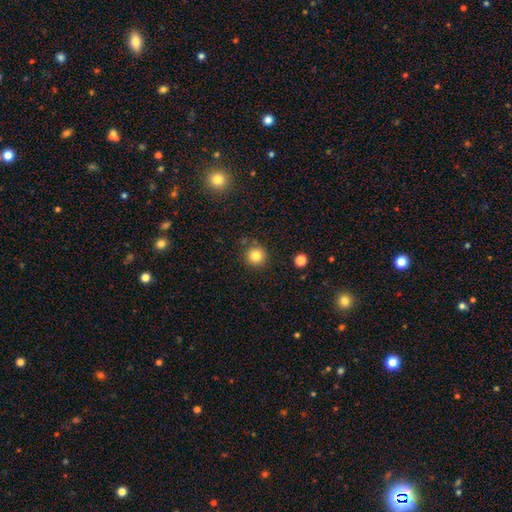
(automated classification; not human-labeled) Smooth or featured?
  - smooth: 83% *
  - star or artifact: 12%
  - featured or disk: 6%
How rounded?
  - round: 94% *
  - in between: 5%
  - cigar-shaped: 1%
Merging?
  - none: 86% *
  - minor disturbance: 8%
  - merger: 4%
  - major disturbance: 2%